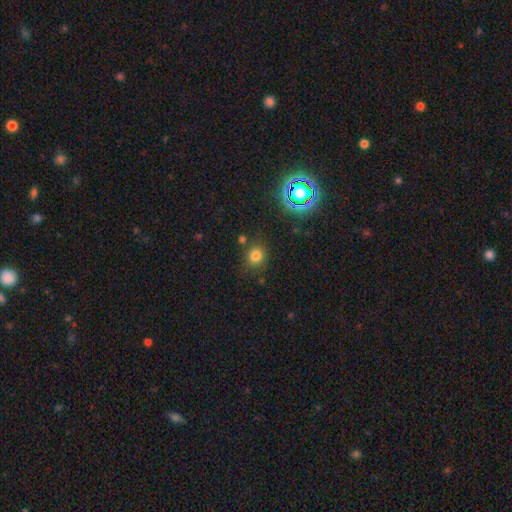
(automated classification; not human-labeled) The model was most divided on "smooth or featured": smooth: 76%, star or artifact: 18%, featured or disk: 6%. More confident: how rounded — round (84%); merging — none (80%).